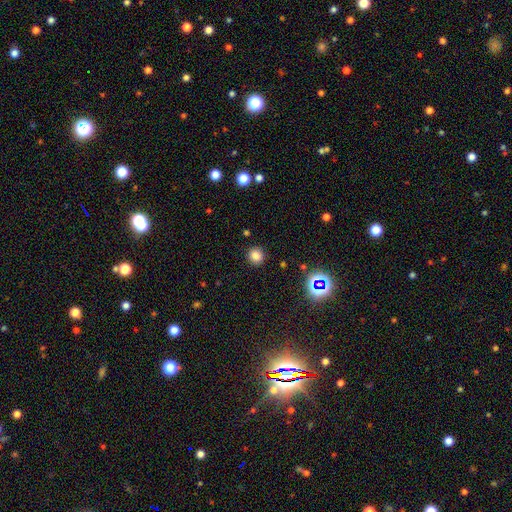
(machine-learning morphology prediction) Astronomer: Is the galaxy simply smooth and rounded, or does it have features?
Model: smooth — 81%.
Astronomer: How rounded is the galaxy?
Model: round — 86%.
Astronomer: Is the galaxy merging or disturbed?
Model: none — 90%.